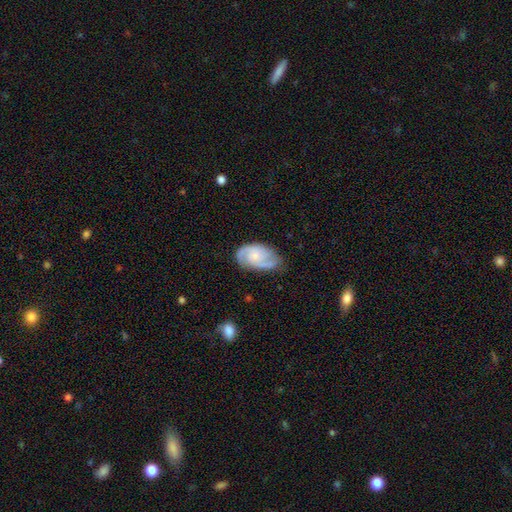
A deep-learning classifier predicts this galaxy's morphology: Smooth or featured: featured or disk — 77% (smooth — 17%)
Edge-on disk: no — 97% (yes — 3%)
Bar: no — 66% (weak — 30%)
Spiral arms: yes — 96% (no — 4%)
Spiral winding: medium — 47% (tight — 40%)
Spiral arm count: 2 — 73% (3 — 11%)
Bulge size: small — 56% (moderate — 27%)
Merging: none — 70% (minor disturbance — 21%)